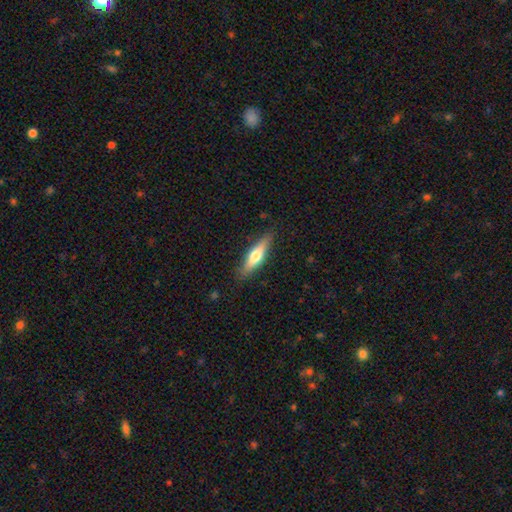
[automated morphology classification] This appears to be a smooth galaxy with no disk features (55%) that is cigar-shaped (72%). Merging: none (85%).